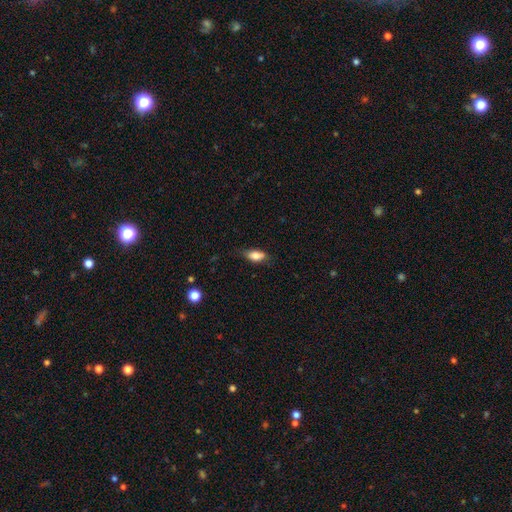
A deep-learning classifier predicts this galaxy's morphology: This appears to be a smooth galaxy with no disk features (80%) that is in between round and cigar-shaped (84%). Merging: none (68%).